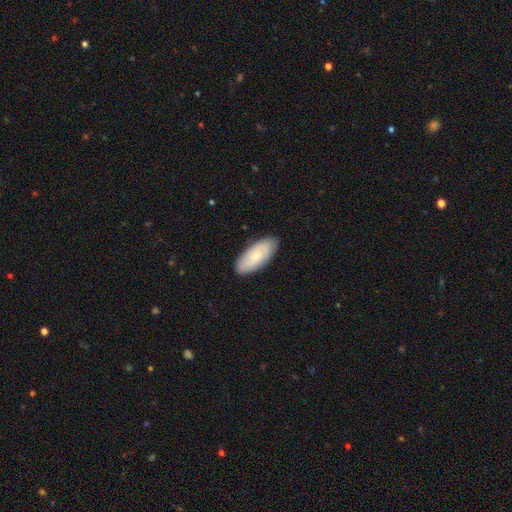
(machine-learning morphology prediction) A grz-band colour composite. It shows a smooth galaxy with no disk features (58%) that is in between round and cigar-shaped (87%). Merging: none (85%).